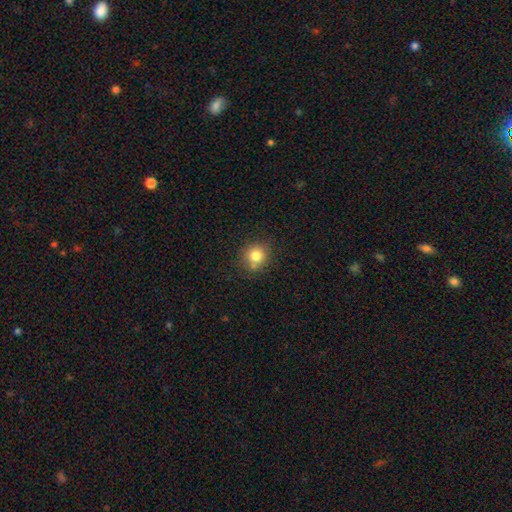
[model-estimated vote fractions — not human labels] Overall: smooth (80%). How rounded: round (88%). Merging: none (74%).